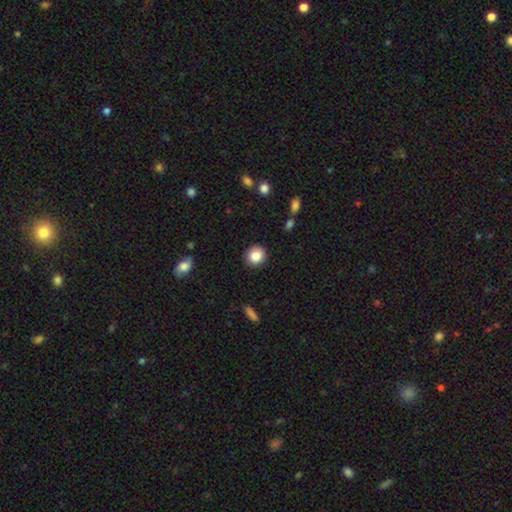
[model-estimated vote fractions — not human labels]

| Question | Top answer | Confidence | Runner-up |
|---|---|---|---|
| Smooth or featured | smooth | 86% | star or artifact (9%) |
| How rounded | round | 86% | in between (13%) |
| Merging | none | 91% | minor disturbance (6%) |